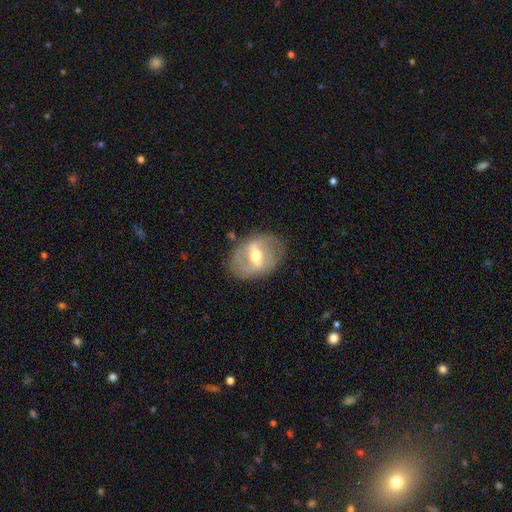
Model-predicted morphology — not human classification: Smooth or featured? featured or disk (72%)
Edge-on disk? no (91%)
Bar? strong (58%)
Spiral arms? yes (50%, tied with no)
Bulge size? moderate (71%)
Merging? none (78%)